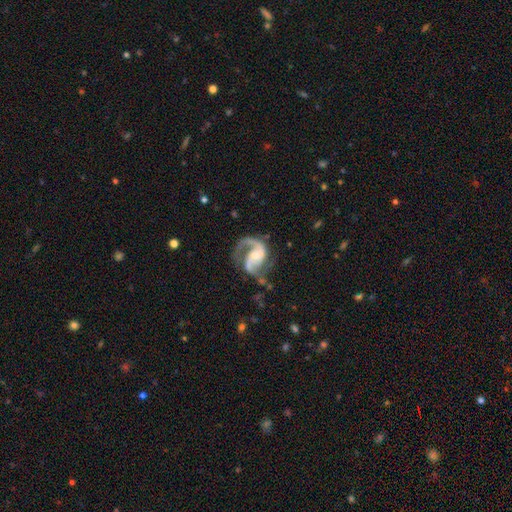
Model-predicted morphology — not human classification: The model was most divided on "bar": no: 49%, weak: 36%, strong: 14%. More confident: edge-on disk — no (98%); spiral arms — yes (97%); smooth or featured — featured or disk (90%); spiral arm count — 2 (80%); merging — none (57%); spiral winding — medium (54%); bulge size — small (53%).